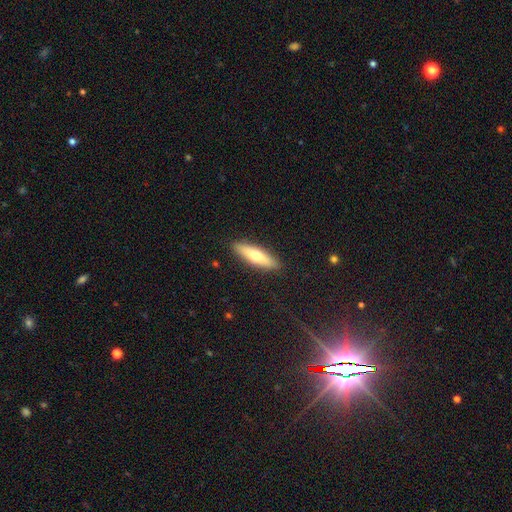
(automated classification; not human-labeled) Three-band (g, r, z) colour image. It shows a smooth galaxy with no disk features (60%) that is cigar-shaped (61%). Merging: none (90%).